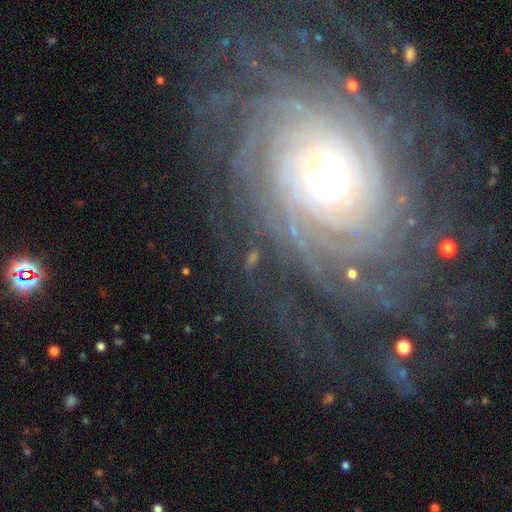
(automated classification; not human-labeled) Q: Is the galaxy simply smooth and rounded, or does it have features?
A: featured or disk — 87%.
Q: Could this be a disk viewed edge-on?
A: no — 96%.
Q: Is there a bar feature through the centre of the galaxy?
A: no — 71%.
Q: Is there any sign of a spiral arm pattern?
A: yes — 98%.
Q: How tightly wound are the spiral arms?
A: tight — 84%.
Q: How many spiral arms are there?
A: more than 4 — 41%.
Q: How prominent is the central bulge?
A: moderate — 47%.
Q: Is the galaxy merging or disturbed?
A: none — 77%.